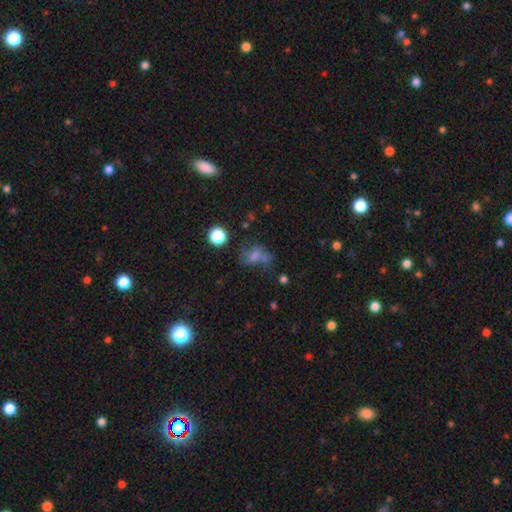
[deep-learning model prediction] A smooth galaxy with no disk features (57%) that is in between round and cigar-shaped (65%).

Vote fractions:
- Smooth or featured? smooth: 57% / featured or disk: 22% / star or artifact: 21%
- How rounded? in between: 65% / round: 32% / cigar-shaped: 3%
- Merging? none: 38% / major disturbance: 23% / minor disturbance: 21% / merger: 18%